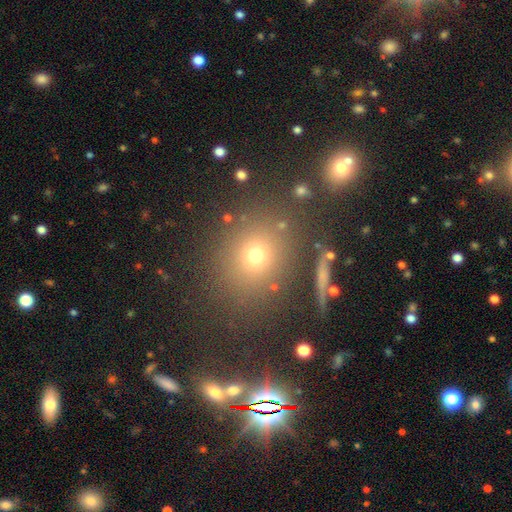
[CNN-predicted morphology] Smooth or featured?
  - smooth: 60% *
  - star or artifact: 29%
  - featured or disk: 11%
How rounded?
  - round: 74% *
  - in between: 24%
  - cigar-shaped: 2%
Merging?
  - none: 82% *
  - minor disturbance: 9%
  - merger: 5%
  - major disturbance: 4%